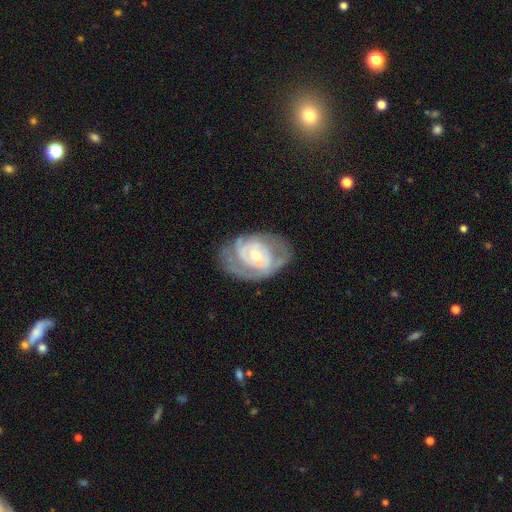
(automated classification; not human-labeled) A featured or disk galaxy (83%) with no bar (48%), 2 (42%) tight (58%) spiral arms (88%) and a moderate central bulge (49%).

Vote fractions:
- Smooth or featured? featured or disk: 83% / smooth: 12% / star or artifact: 5%
- Edge-on disk? no: 97% / yes: 3%
- Bar? no: 48% / weak: 39% / strong: 13%
- Spiral arms? yes: 88% / no: 12%
- Spiral winding? tight: 58% / medium: 33% / loose: 9%
- Spiral arm count? 2: 42% / can't tell: 31% / 3: 15% / 1: 5% / 4: 4% / more than 4: 3%
- Bulge size? moderate: 49% / small: 46% / large: 3% / none: 1% / dominant: 1%
- Merging? none: 61% / minor disturbance: 22% / major disturbance: 13% / merger: 4%